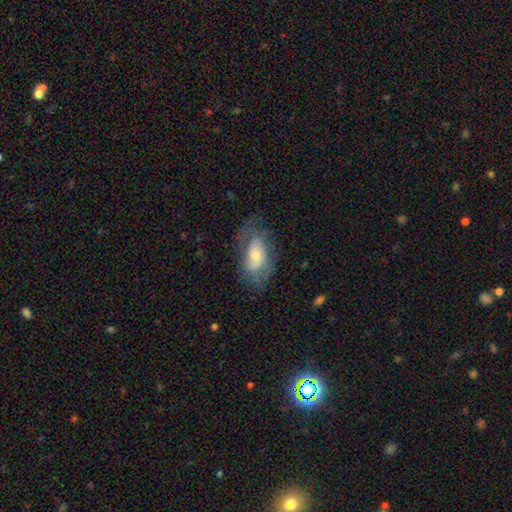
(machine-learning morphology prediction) The model was most divided on "smooth or featured": featured or disk: 49%, smooth: 43%, star or artifact: 7%. More confident: merging — none (55%).